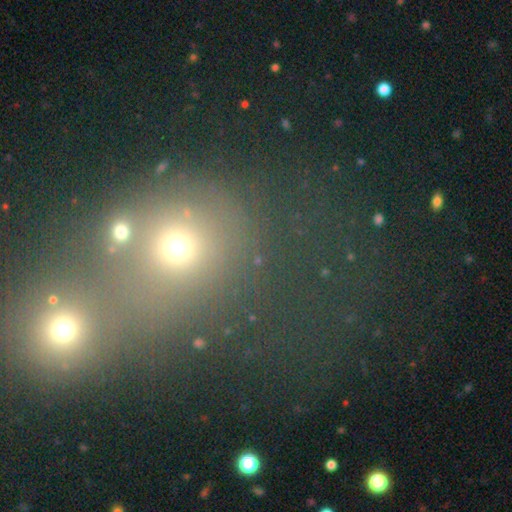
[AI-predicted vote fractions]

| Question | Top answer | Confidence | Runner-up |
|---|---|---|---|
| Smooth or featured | smooth | 55% | star or artifact (32%) |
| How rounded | round | 77% | in between (21%) |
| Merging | none | 50% | merger (32%) |